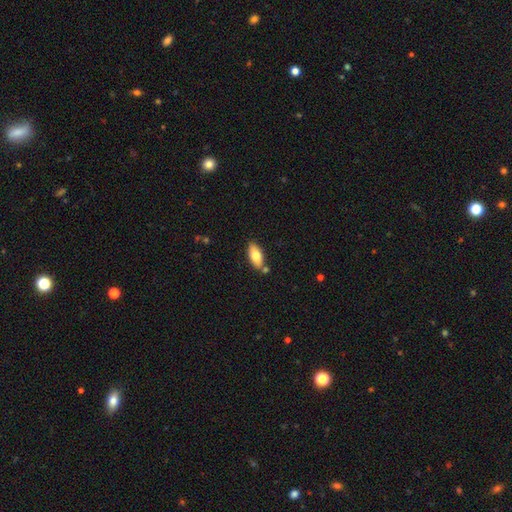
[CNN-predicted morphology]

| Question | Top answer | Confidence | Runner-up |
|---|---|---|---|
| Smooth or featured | smooth | 72% | featured or disk (21%) |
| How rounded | in between | 85% | cigar-shaped (12%) |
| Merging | none | 79% | minor disturbance (12%) |